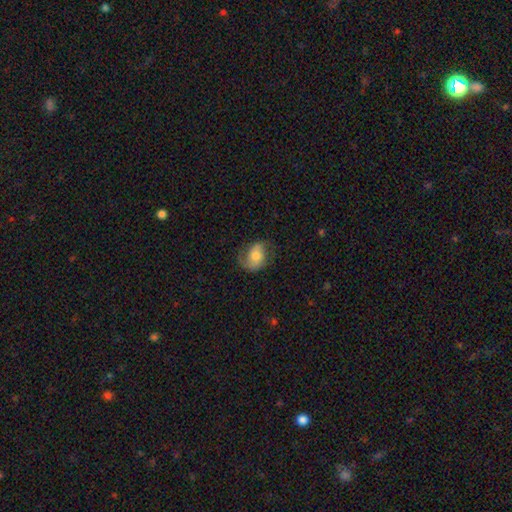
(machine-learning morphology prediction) smooth_or_featured: smooth (p=0.47) [alt: featured or disk p=0.45]
merging: none (p=0.60) [alt: minor disturbance p=0.25]